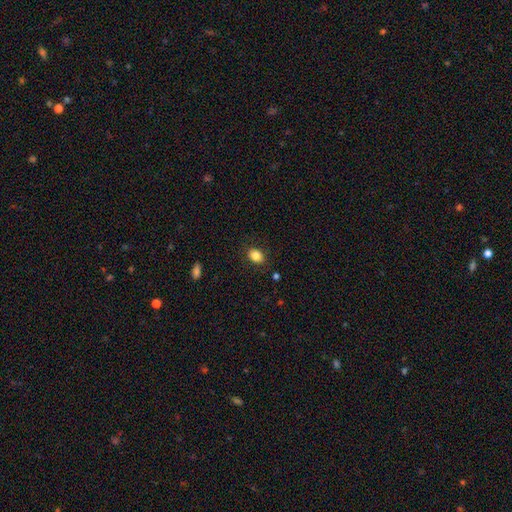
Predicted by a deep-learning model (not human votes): A smooth galaxy with no disk features (84%) that is in between round and cigar-shaped (64%). Merging: none (86%).